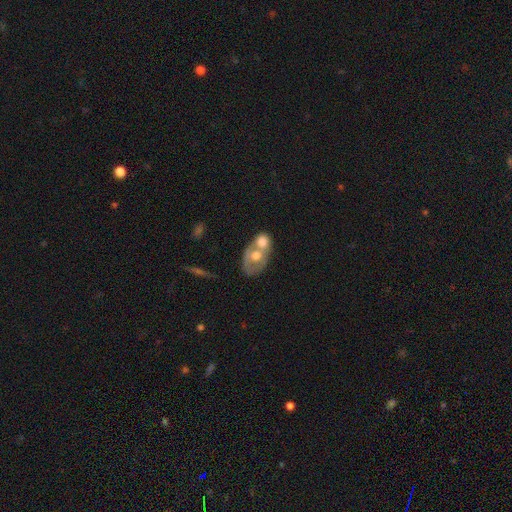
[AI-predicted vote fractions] A smooth galaxy with no disk features (49%). Merging: merger (65%).